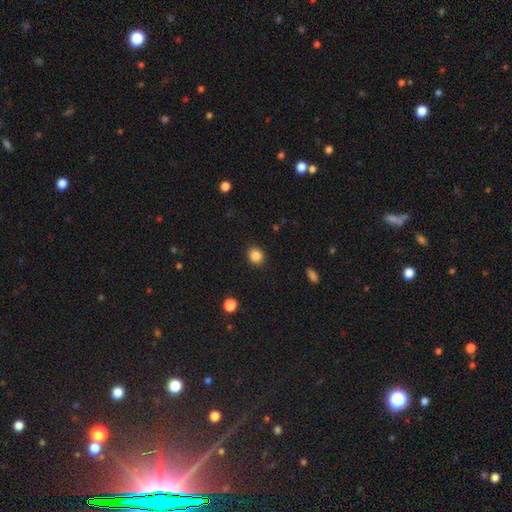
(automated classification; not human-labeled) Q: Smooth or featured?
A: smooth (86%); runner-up: star or artifact (11%)
Q: How rounded?
A: round (80%); runner-up: in between (20%)
Q: Merging?
A: none (89%); runner-up: minor disturbance (8%)